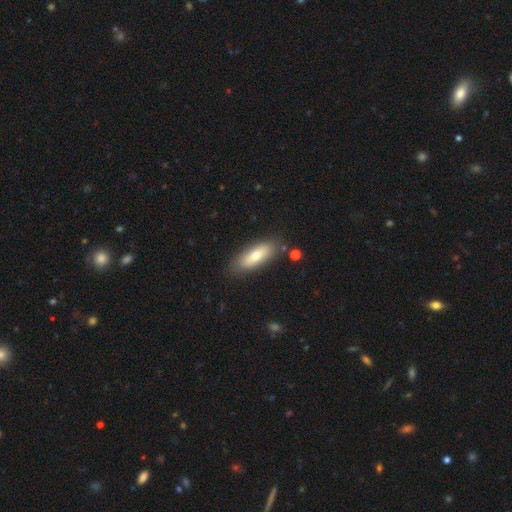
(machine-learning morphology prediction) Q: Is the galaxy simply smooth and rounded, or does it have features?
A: smooth — 69%.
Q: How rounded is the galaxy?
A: in between — 67%.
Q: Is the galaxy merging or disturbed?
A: none — 83%.